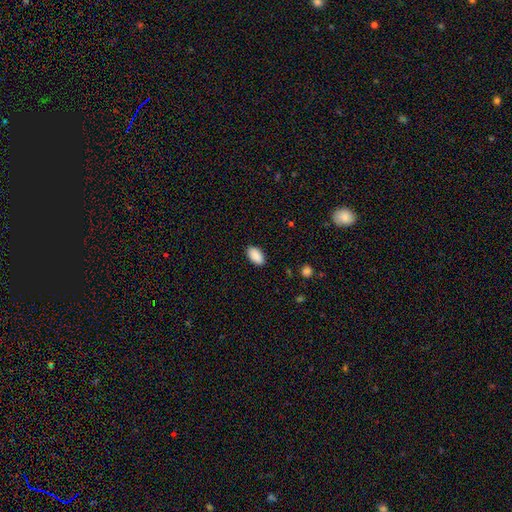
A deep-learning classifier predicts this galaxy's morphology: Smooth or featured: smooth — 90% (star or artifact — 7%)
How rounded: in between — 94% (round — 4%)
Merging: none — 88% (minor disturbance — 9%)